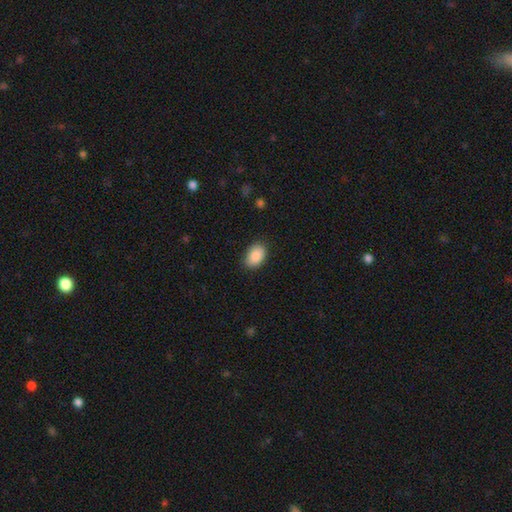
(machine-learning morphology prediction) The model was most divided on "merging": none: 85%, minor disturbance: 12%, major disturbance: 2%, merger: 1%. More confident: smooth or featured — smooth (89%); how rounded — in between (88%).